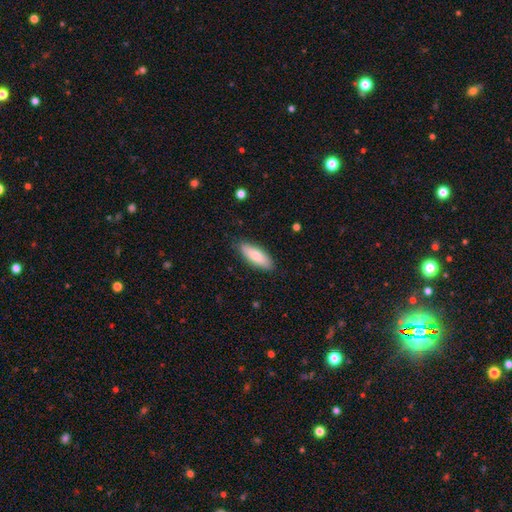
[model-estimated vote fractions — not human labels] smooth 80%, featured or disk 14%, star or artifact 6%. Down the decision tree: how rounded — in between (64%); merging — none (86%).